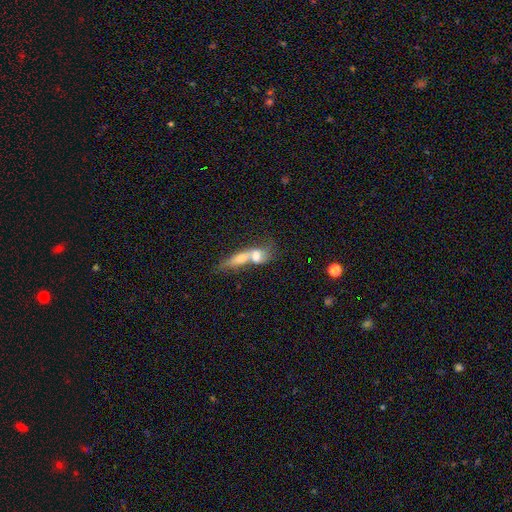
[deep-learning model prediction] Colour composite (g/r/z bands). It shows a smooth galaxy with no disk features (56%) that is in between round and cigar-shaped (55%). Merging: merger (75%).